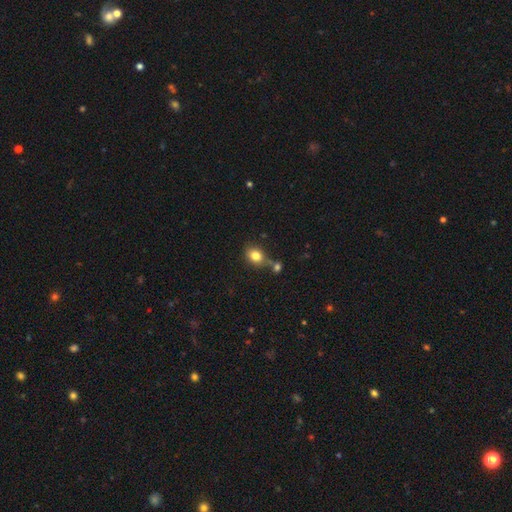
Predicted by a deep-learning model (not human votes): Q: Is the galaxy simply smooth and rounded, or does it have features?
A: smooth — 81%.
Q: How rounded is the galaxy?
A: in between — 52%.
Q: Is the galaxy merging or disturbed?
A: none — 55%.